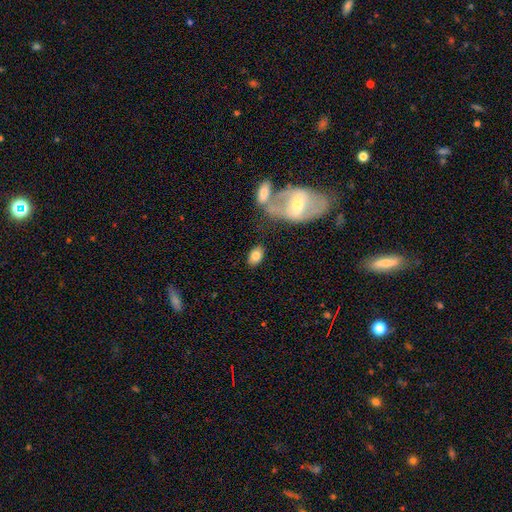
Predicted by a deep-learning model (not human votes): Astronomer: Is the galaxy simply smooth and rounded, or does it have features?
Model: smooth — 78%.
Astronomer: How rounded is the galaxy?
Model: in between — 89%.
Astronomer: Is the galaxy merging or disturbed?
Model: none — 70%.